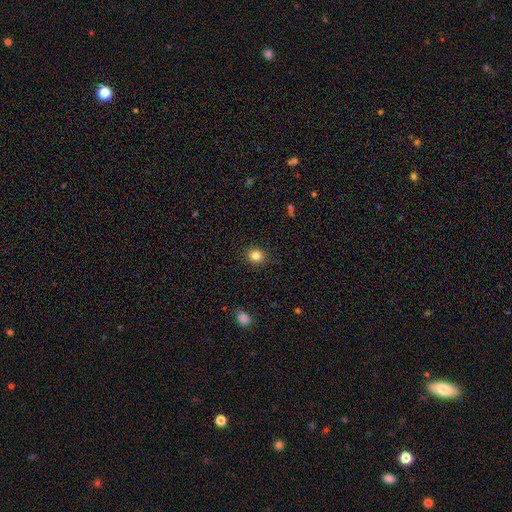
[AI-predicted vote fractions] Morphology: type=smooth (83%); roundness=round (76%); merging=none (89%).